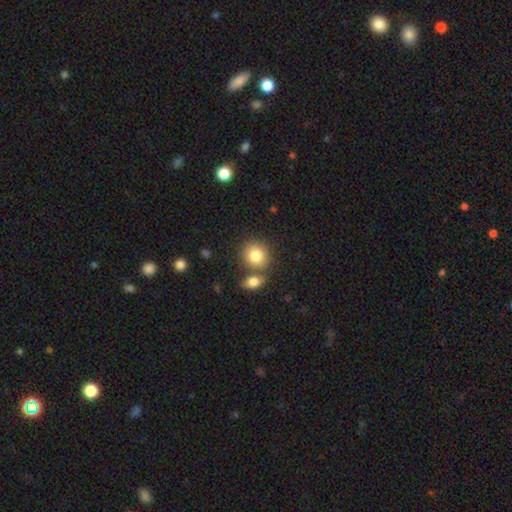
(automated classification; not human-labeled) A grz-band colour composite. It shows a smooth galaxy with no disk features (83%) that is round (78%). Merging: none (60%).